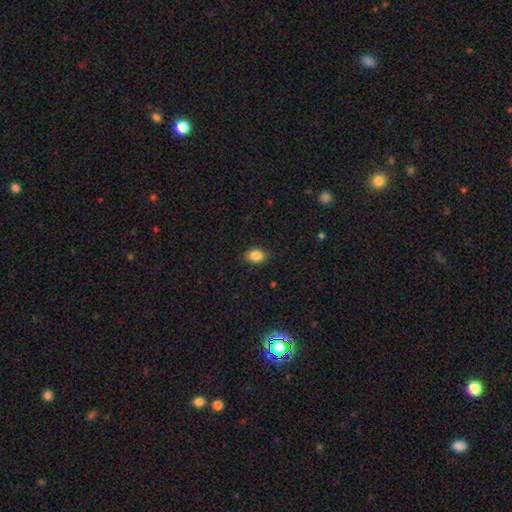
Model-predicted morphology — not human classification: Smooth or featured? Predicted: smooth (p=0.85). How rounded? Predicted: in between (p=0.81). Merging? Predicted: none (p=0.87).